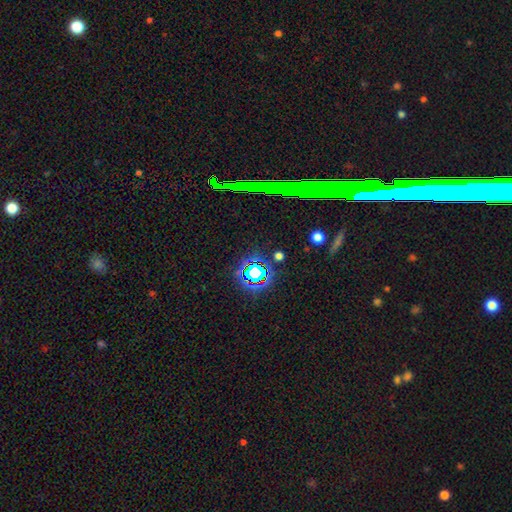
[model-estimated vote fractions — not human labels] Smooth or featured? star or artifact (77%)